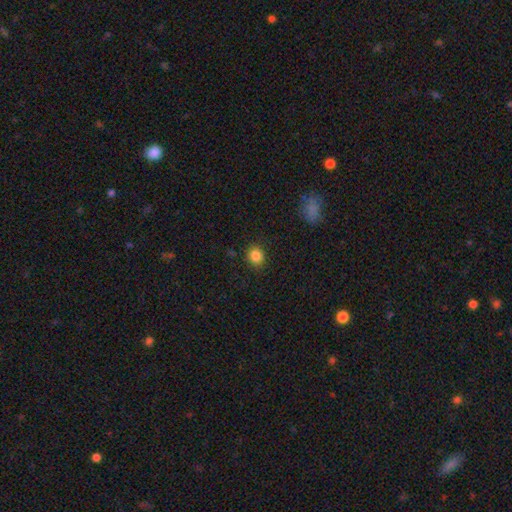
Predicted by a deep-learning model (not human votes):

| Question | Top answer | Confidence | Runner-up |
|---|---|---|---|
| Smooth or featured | smooth | 85% | star or artifact (11%) |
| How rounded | round | 82% | in between (17%) |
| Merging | none | 89% | minor disturbance (8%) |